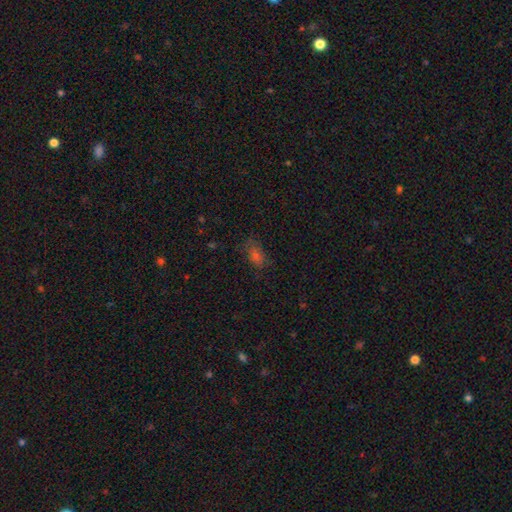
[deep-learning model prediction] Smooth or featured? smooth (57%)
How rounded? in between (78%)
Merging? none (72%)